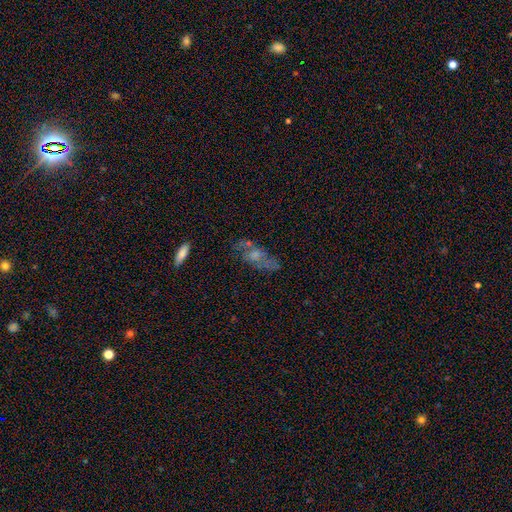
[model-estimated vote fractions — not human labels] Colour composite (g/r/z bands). It shows a featured or disk galaxy (48%). Merging: none (54%).